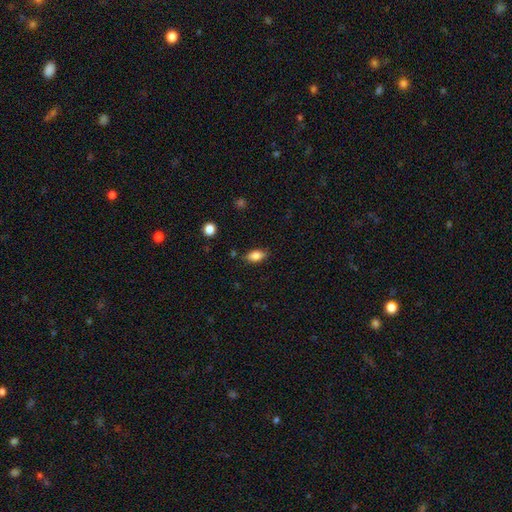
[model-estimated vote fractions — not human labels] Smooth or featured?
  - smooth: 83% *
  - featured or disk: 8%
  - star or artifact: 8%
How rounded?
  - in between: 88% *
  - round: 6%
  - cigar-shaped: 6%
Merging?
  - none: 82% *
  - minor disturbance: 13%
  - major disturbance: 3%
  - merger: 2%